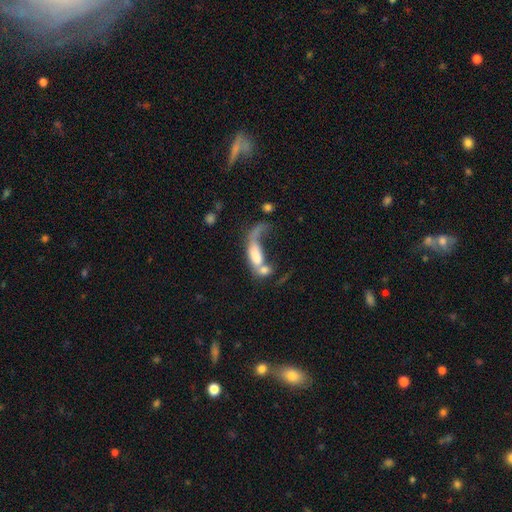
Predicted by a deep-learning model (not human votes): Smooth or featured: smooth — 53% (featured or disk — 38%)
How rounded: in between — 65% (cigar-shaped — 27%)
Merging: merger — 53% (major disturbance — 28%)